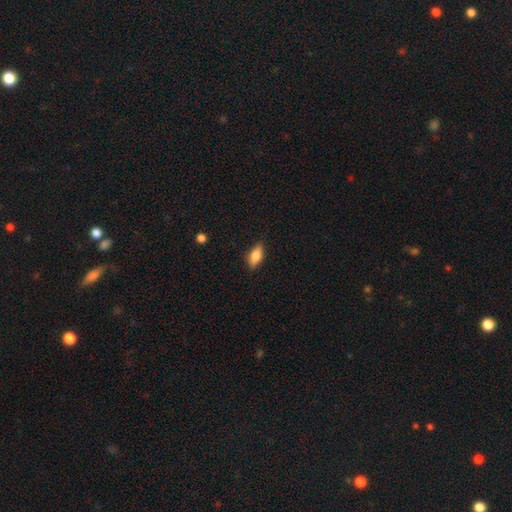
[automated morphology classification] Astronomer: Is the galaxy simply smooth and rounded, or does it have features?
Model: smooth — 77%.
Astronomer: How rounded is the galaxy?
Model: in between — 80%.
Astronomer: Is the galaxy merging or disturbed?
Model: none — 84%.